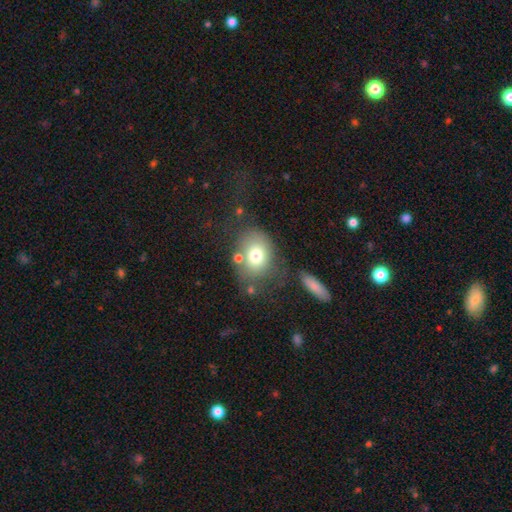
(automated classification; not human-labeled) The model was most divided on "how rounded": in between: 58%, round: 41%, cigar-shaped: 1%. More confident: smooth or featured — smooth (72%); merging — none (57%).